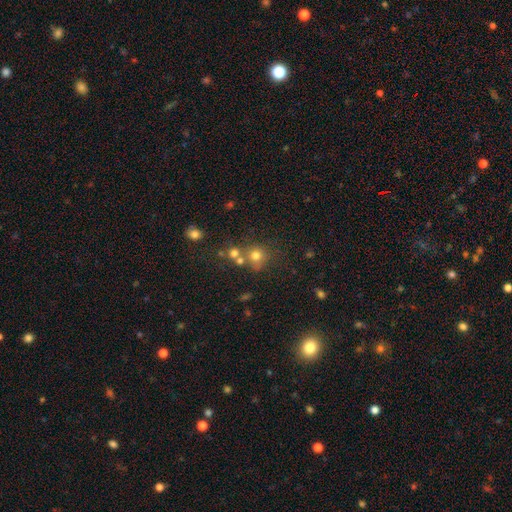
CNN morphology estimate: The model was most divided on "merging": none: 55%, merger: 30%, minor disturbance: 10%, major disturbance: 5%. More confident: how rounded — round (87%); smooth or featured — smooth (70%).